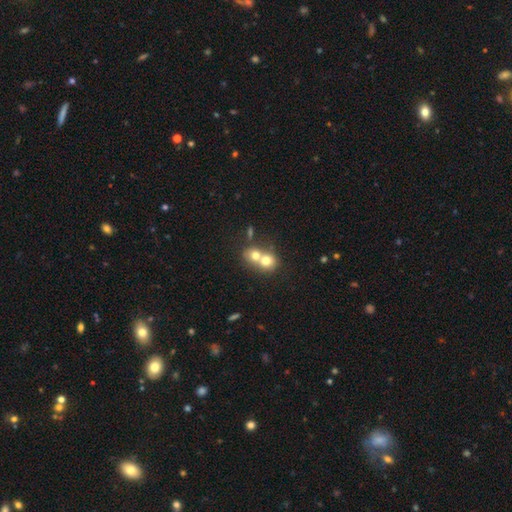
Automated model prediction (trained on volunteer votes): smooth-or-featured: smooth: 69% | featured or disk: 21% | star or artifact: 10%
  how-rounded: round: 70% | in between: 29% | cigar-shaped: 1%
  merging: merger: 71% | none: 22% | minor disturbance: 5% | major disturbance: 3%